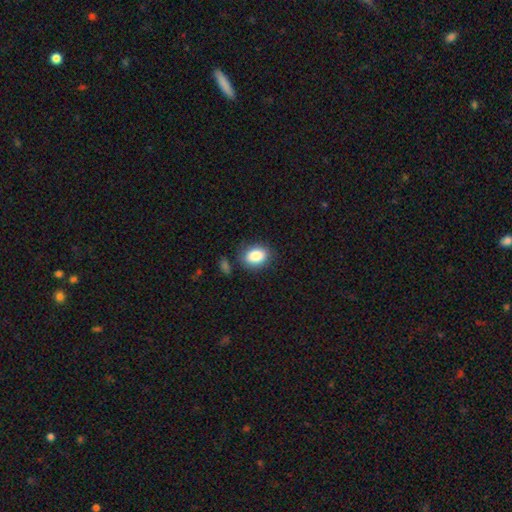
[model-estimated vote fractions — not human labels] Smooth or featured? smooth (86%)
How rounded? in between (70%)
Merging? none (79%)